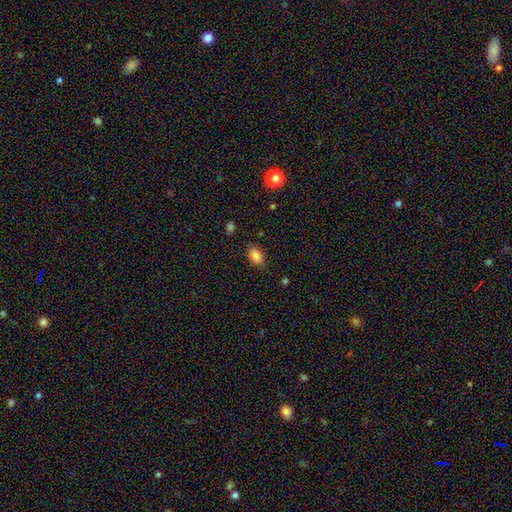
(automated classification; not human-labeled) This is clearly a smooth galaxy (86%). How rounded: clearly in between (85%). Merging: clearly none (84%).